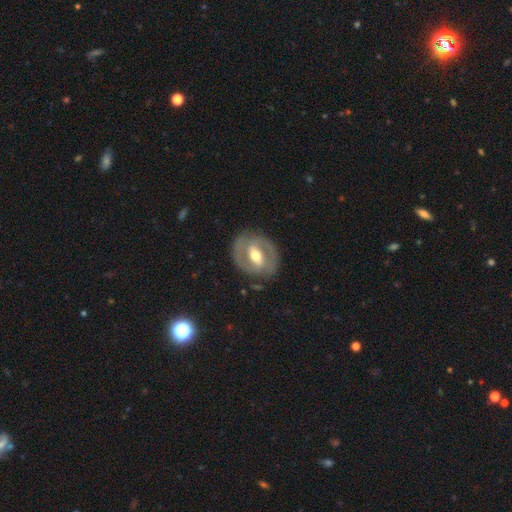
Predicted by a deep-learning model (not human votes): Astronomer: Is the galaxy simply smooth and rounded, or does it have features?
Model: featured or disk — 77%.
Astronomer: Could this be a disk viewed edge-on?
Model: no — 95%.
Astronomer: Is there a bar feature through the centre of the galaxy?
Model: strong — 49% (runner-up: weak, 35%).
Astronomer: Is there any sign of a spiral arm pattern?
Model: yes — 71%.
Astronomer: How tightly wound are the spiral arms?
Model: tight — 44% (runner-up: medium, 42%).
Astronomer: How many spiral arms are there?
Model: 2 — 84%.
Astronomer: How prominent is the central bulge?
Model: moderate — 73%.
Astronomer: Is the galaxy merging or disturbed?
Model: none — 81%.